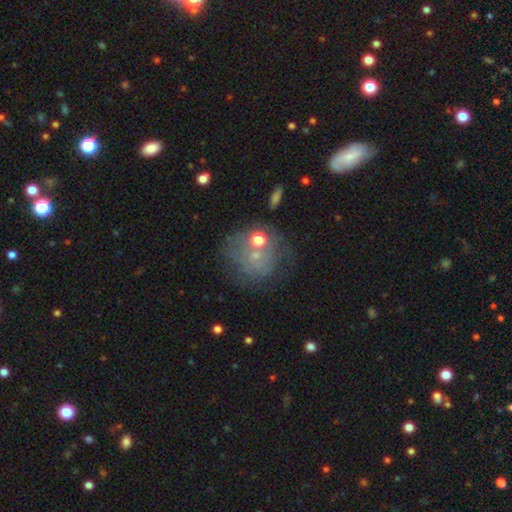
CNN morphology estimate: Smooth or featured: smooth — 41% (featured or disk — 40%)
Merging: none — 47% (minor disturbance — 21%)